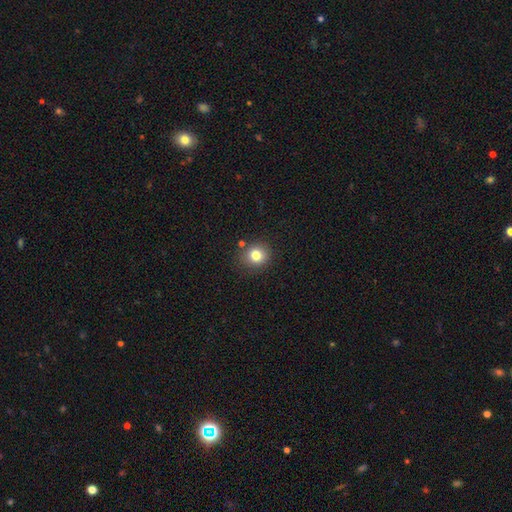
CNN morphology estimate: Smooth or featured? smooth (79%)
How rounded? round (82%)
Merging? none (83%)